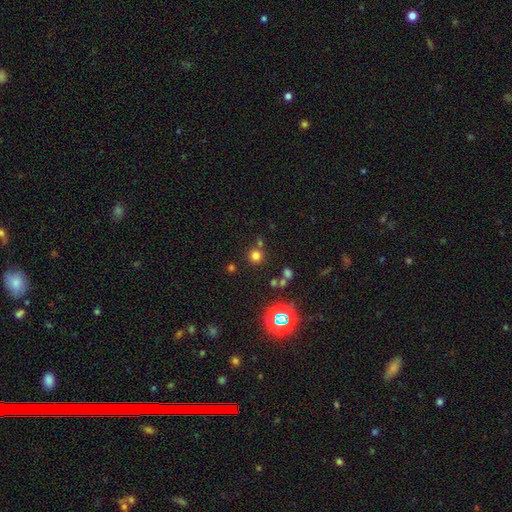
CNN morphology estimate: smooth_or_featured: smooth (p=0.70) [alt: star or artifact p=0.24]
how_rounded: round (p=0.93) [alt: in between p=0.06]
merging: none (p=0.77) [alt: merger p=0.12]